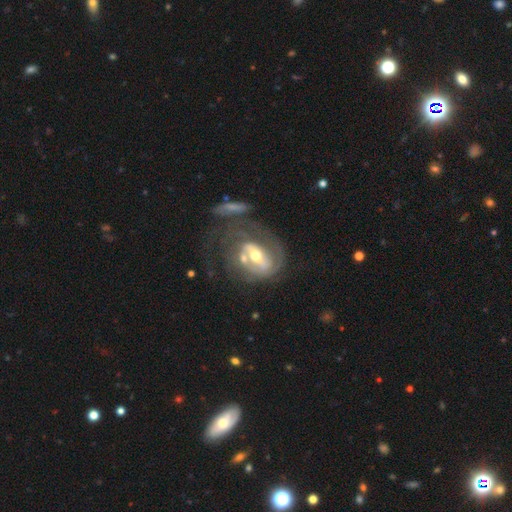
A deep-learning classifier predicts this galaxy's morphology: A featured or disk galaxy (78%) with a strong bar (41%), 2 (49%) tight (42%) spiral arms (74%) and a moderate central bulge (68%).

Vote fractions:
- Smooth or featured? featured or disk: 78% / smooth: 16% / star or artifact: 6%
- Edge-on disk? no: 95% / yes: 5%
- Bar? strong: 41% / weak: 34% / no: 25%
- Spiral arms? yes: 74% / no: 26%
- Spiral winding? tight: 42% / medium: 37% / loose: 21%
- Spiral arm count? 2: 49% / can't tell: 25% / 1: 17% / 3: 5% / 4: 2% / more than 4: 2%
- Bulge size? moderate: 68% / small: 22% / large: 8% / none: 1% / dominant: 1%
- Merging? none: 33% / major disturbance: 30% / merger: 21% / minor disturbance: 17%